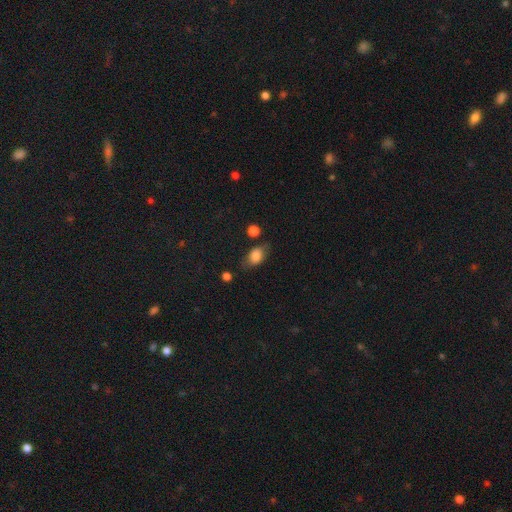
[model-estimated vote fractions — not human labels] smooth 79%, featured or disk 12%, star or artifact 9%. Down the decision tree: how rounded — in between (81%); merging — none (67%).